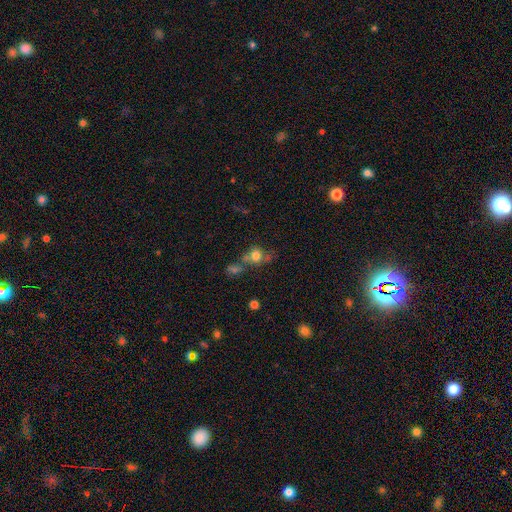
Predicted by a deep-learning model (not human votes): Smooth or featured? smooth (72%)
How rounded? round (70%)
Merging? none (44%)